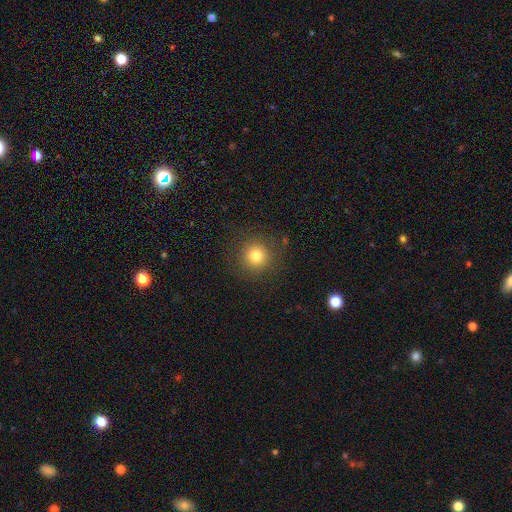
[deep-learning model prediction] smooth 79%, star or artifact 13%, featured or disk 8%. Down the decision tree: how rounded — round (94%); merging — none (88%).